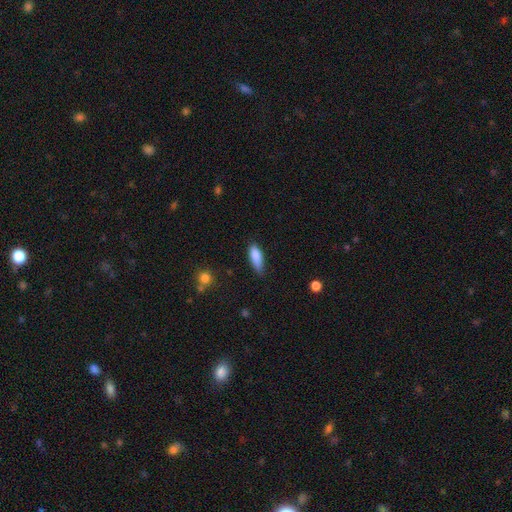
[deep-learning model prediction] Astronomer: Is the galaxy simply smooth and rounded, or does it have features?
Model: smooth — 84%.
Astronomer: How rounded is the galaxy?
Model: in between — 68%.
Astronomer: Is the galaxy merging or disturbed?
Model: none — 62%.